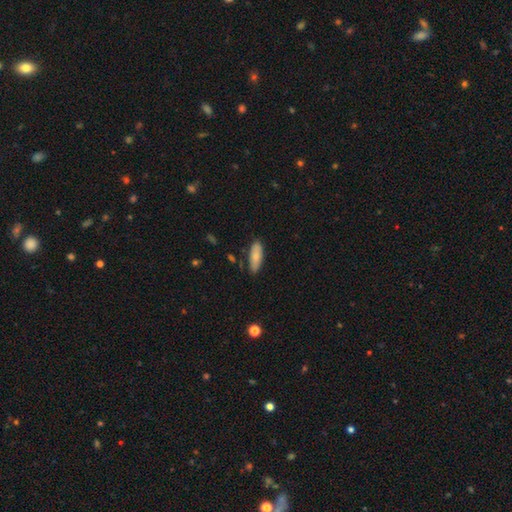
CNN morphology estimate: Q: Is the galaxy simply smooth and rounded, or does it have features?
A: smooth — 81%.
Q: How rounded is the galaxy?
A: in between — 69%.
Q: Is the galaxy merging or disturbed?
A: none — 81%.